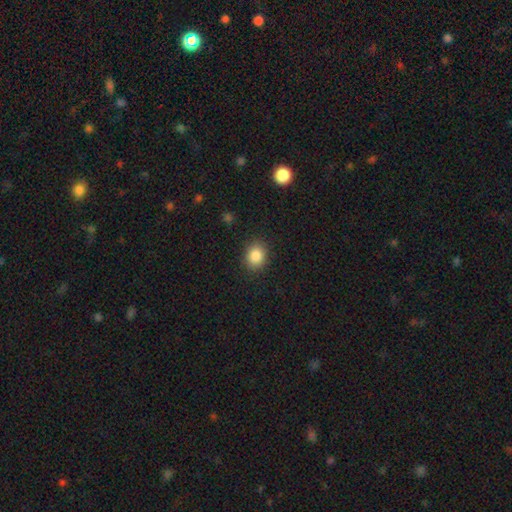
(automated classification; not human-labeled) A smooth galaxy with no disk features (86%) that is round (57%).

Vote fractions:
- Smooth or featured? smooth: 86% / star or artifact: 9% / featured or disk: 4%
- How rounded? round: 57% / in between: 42% / cigar-shaped: 1%
- Merging? none: 88% / minor disturbance: 8% / major disturbance: 3% / merger: 1%